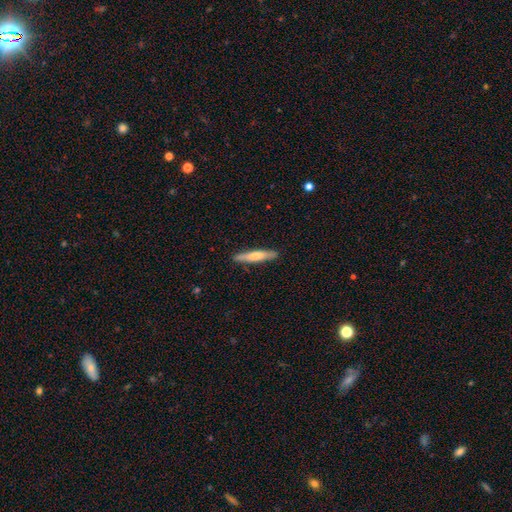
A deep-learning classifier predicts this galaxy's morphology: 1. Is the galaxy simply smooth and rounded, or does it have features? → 60% smooth, 35% featured or disk, 5% star or artifact.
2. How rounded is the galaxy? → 92% cigar-shaped, 7% in between, 1% round.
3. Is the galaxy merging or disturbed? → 89% none, 8% minor disturbance, 2% major disturbance, 1% merger.